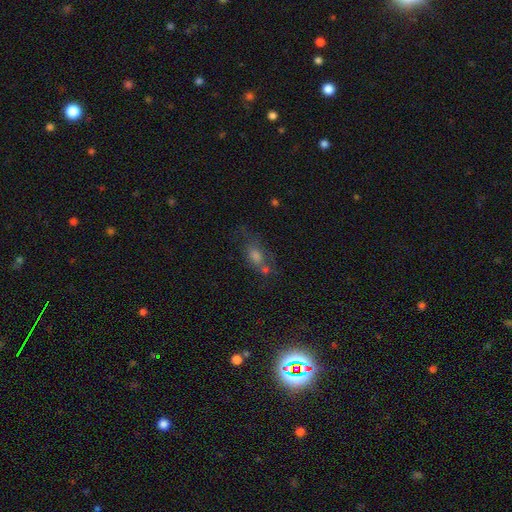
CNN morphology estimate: smooth-or-featured: smooth: 51% | featured or disk: 26% | star or artifact: 23%
  how-rounded: in between: 69% | round: 20% | cigar-shaped: 11%
  merging: none: 48% | minor disturbance: 20% | merger: 17% | major disturbance: 15%